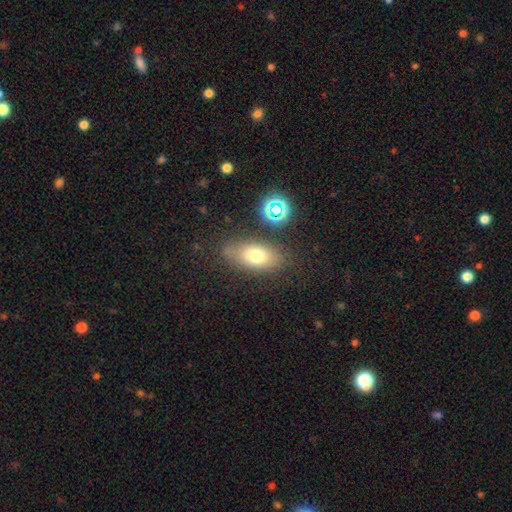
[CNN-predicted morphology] Q: Smooth or featured?
A: smooth (71%); runner-up: featured or disk (16%)
Q: How rounded?
A: in between (83%); runner-up: round (10%)
Q: Merging?
A: none (77%); runner-up: minor disturbance (14%)